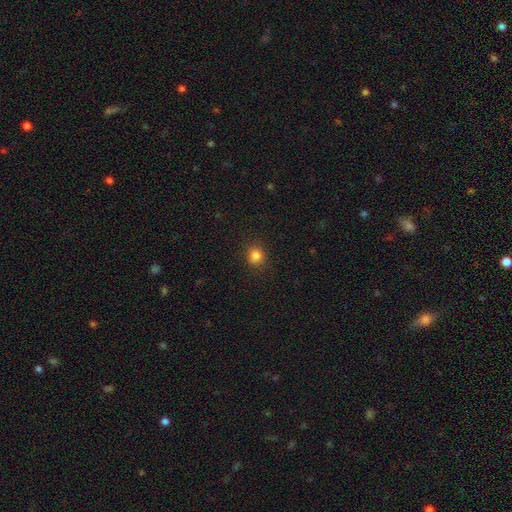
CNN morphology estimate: This appears to be a smooth galaxy with no disk features (84%) that is round (81%). Merging: none (87%).